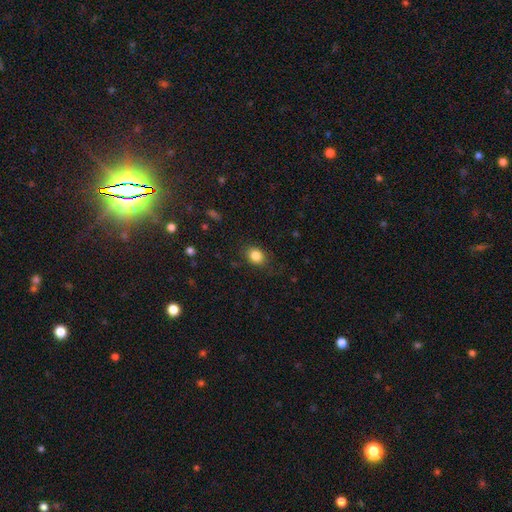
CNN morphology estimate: A smooth galaxy with no disk features (84%) that is in between round and cigar-shaped (57%).

Vote fractions:
- Smooth or featured? smooth: 84% / star or artifact: 10% / featured or disk: 6%
- How rounded? in between: 57% / round: 42% / cigar-shaped: 1%
- Merging? none: 81% / minor disturbance: 14% / major disturbance: 4% / merger: 1%